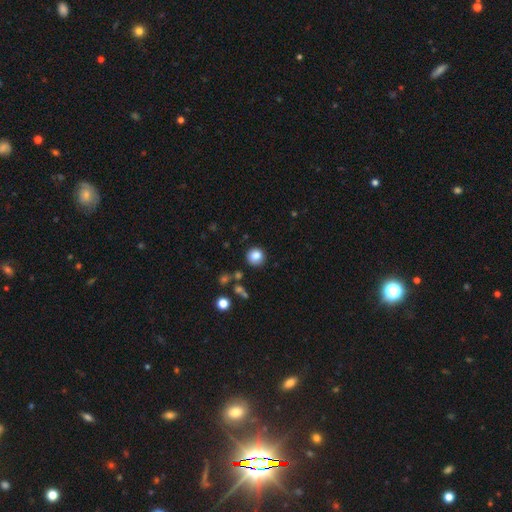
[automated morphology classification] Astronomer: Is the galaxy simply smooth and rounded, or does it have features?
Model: smooth — 84%.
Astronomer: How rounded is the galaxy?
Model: round — 91%.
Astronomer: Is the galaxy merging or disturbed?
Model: none — 84%.